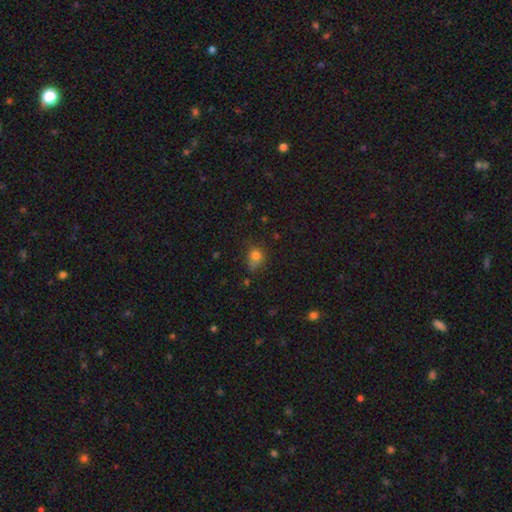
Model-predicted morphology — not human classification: Q: Smooth or featured?
A: smooth (77%); runner-up: star or artifact (14%)
Q: How rounded?
A: round (61%); runner-up: in between (38%)
Q: Merging?
A: none (52%); runner-up: minor disturbance (31%)